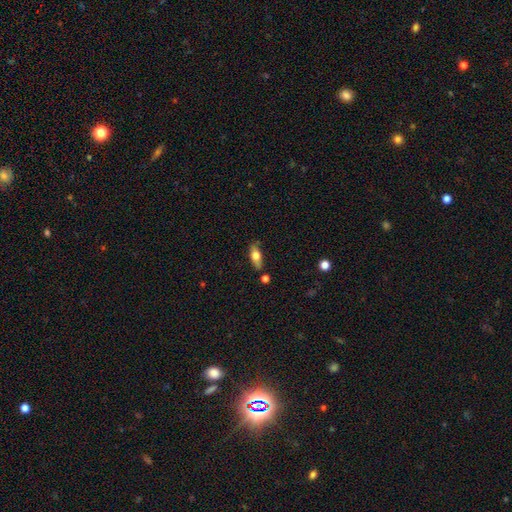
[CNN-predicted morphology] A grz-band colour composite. It shows a smooth galaxy with no disk features (63%) that is in between round and cigar-shaped (69%). Merging: none (71%).